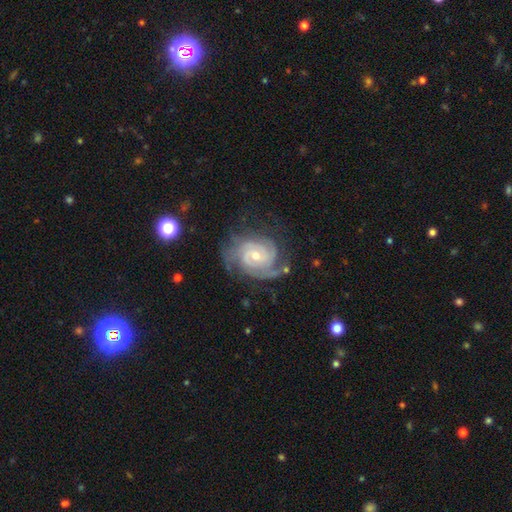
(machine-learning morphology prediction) Smooth or featured: featured or disk — 89% (star or artifact — 6%)
Edge-on disk: no — 98% (yes — 2%)
Bar: no — 66% (weak — 28%)
Spiral arms: yes — 97% (no — 3%)
Spiral winding: tight — 65% (medium — 29%)
Spiral arm count: 3 — 31% (tied with 2 — 31%)
Bulge size: small — 58% (moderate — 39%)
Merging: none — 65% (minor disturbance — 21%)